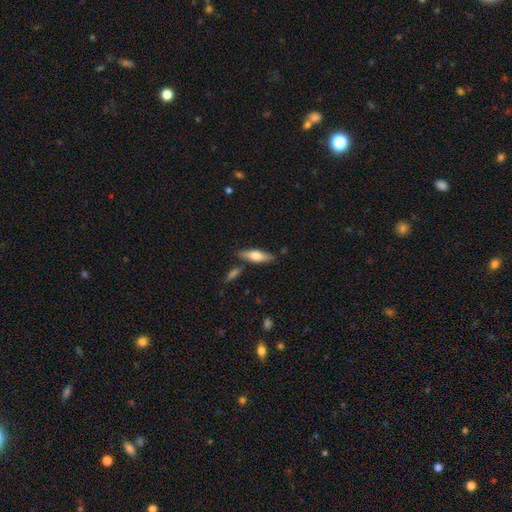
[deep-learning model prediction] Smooth or featured?
  - smooth: 59% *
  - featured or disk: 35%
  - star or artifact: 6%
How rounded?
  - cigar-shaped: 55% *
  - in between: 43%
  - round: 2%
Merging?
  - none: 78% *
  - minor disturbance: 12%
  - merger: 7%
  - major disturbance: 3%